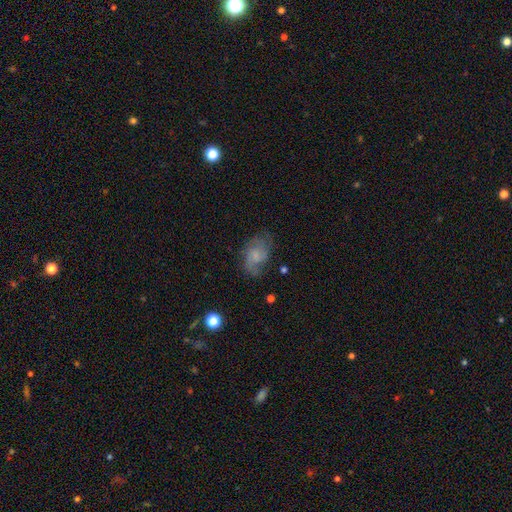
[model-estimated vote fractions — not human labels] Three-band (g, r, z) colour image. It shows a featured or disk galaxy (59%) with no bar (63%), spiral arms (86%) and a small central bulge (45%). Merging: none (62%).